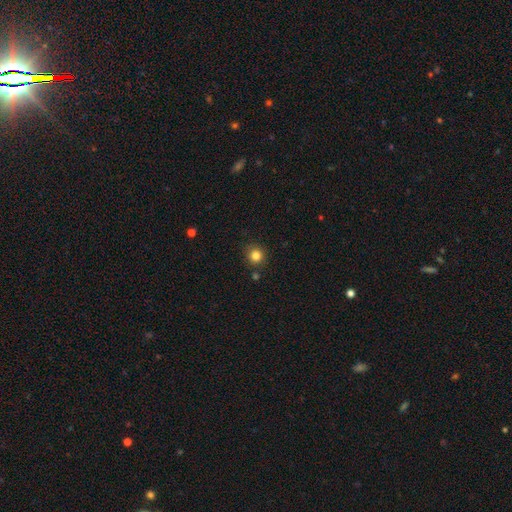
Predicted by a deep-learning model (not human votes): A smooth galaxy with no disk features (83%) that is round (92%).

Vote fractions:
- Smooth or featured? smooth: 83% / star or artifact: 12% / featured or disk: 5%
- How rounded? round: 92% / in between: 7% / cigar-shaped: 1%
- Merging? none: 86% / minor disturbance: 9% / merger: 3% / major disturbance: 2%